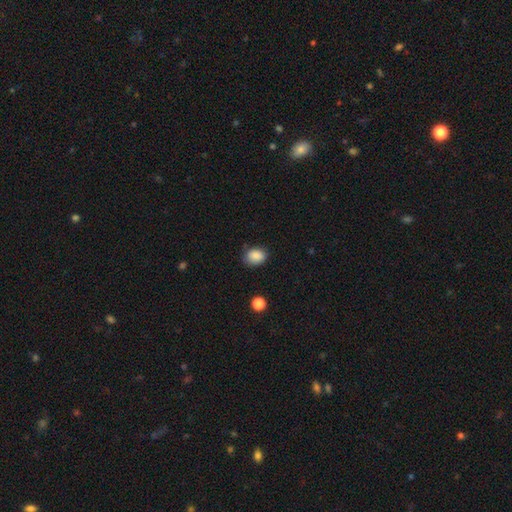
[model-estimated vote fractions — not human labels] smooth 87%, star or artifact 9%, featured or disk 4%. Down the decision tree: how rounded — in between (64%); merging — none (74%).